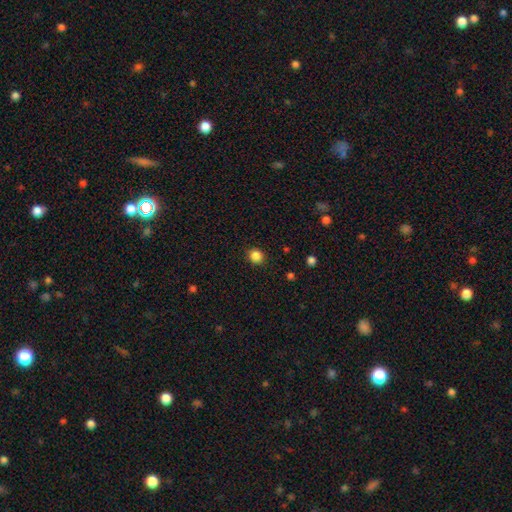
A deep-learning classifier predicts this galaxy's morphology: Smooth or featured? Predicted: smooth (p=0.85). How rounded? Predicted: round (p=0.84). Merging? Predicted: none (p=0.90).